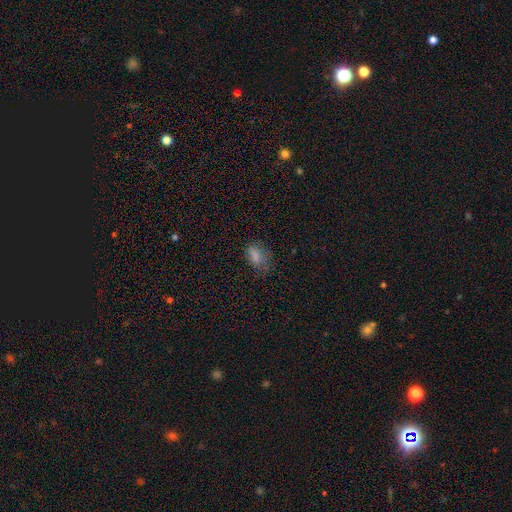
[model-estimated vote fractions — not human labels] Smooth or featured? smooth (77%)
How rounded? in between (82%)
Merging? none (57%)